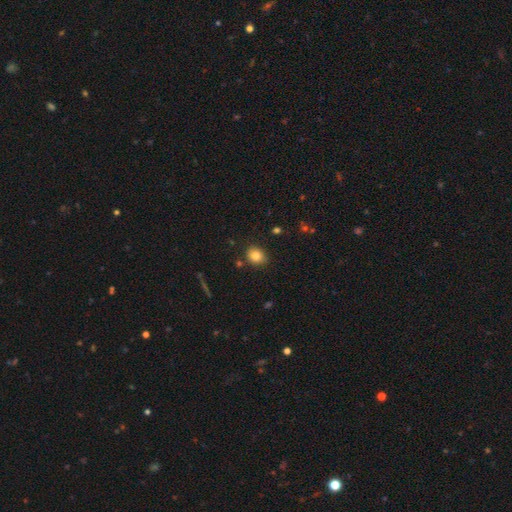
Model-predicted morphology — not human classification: Smooth or featured? Predicted: smooth (p=0.82). How rounded? Predicted: round (p=0.65). Merging? Predicted: none (p=0.84).